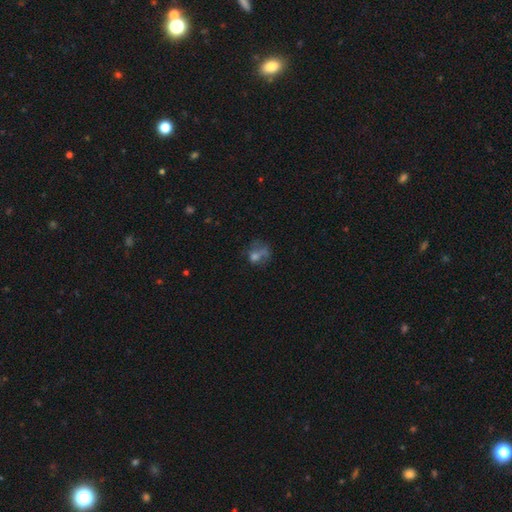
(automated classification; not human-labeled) Smooth or featured?
  - smooth: 48% *
  - featured or disk: 29%
  - star or artifact: 23%
Merging?
  - none: 38% *
  - major disturbance: 30%
  - minor disturbance: 19%
  - merger: 13%